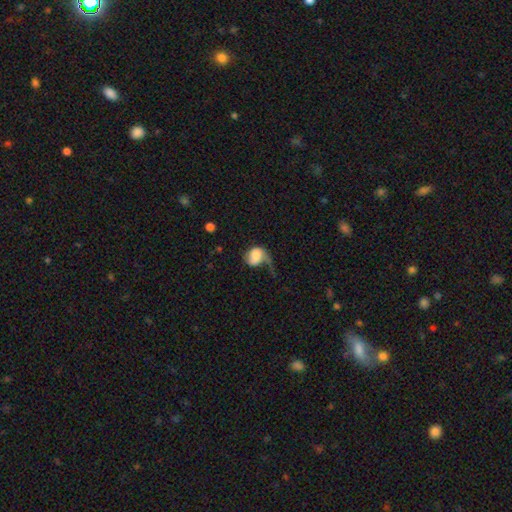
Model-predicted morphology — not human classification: A smooth galaxy with no disk features (59%) that is round (50%). Merging: major disturbance (50%).